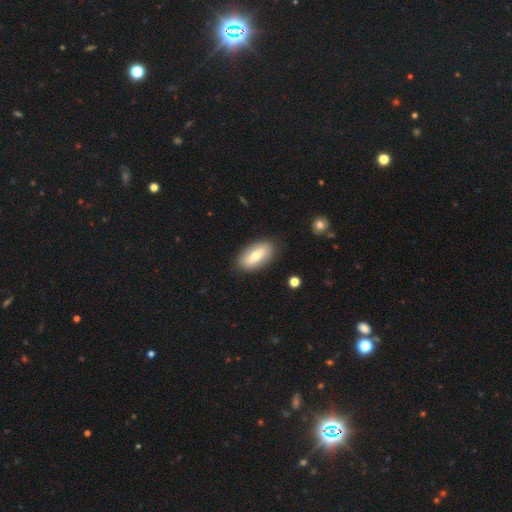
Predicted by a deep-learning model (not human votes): A smooth galaxy with no disk features (64%) that is in between round and cigar-shaped (88%). Merging: none (86%).